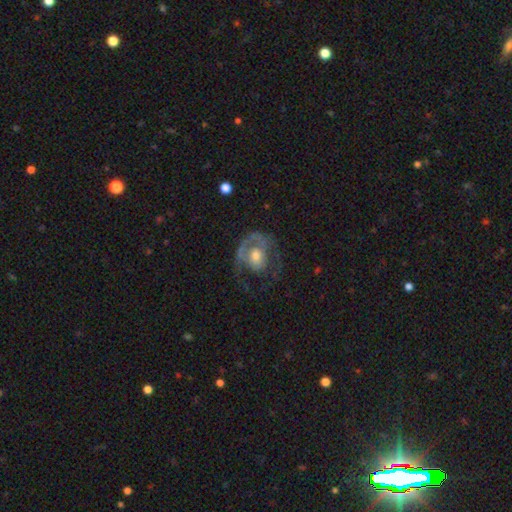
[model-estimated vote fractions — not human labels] Morphology: type=featured or disk (67%); edge-on=no (97%); bar=no (75%); spiral arms=yes (63%); bulge=moderate (58%); merging=none (44%).